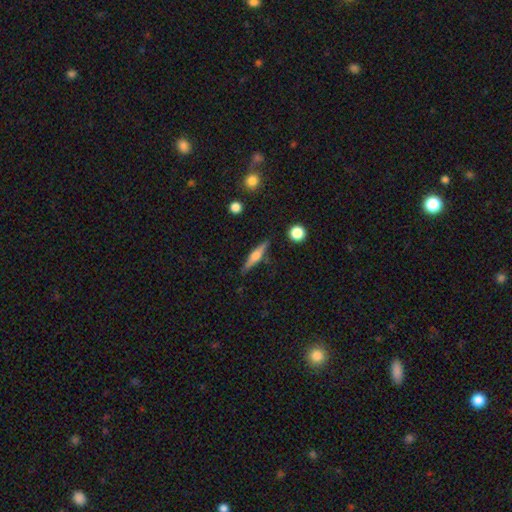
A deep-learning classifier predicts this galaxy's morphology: The model was most divided on "smooth or featured": featured or disk: 56%, smooth: 38%, star or artifact: 7%. More confident: edge-on disk — yes (96%); edge-on bulge — rounded (86%); merging — none (85%).